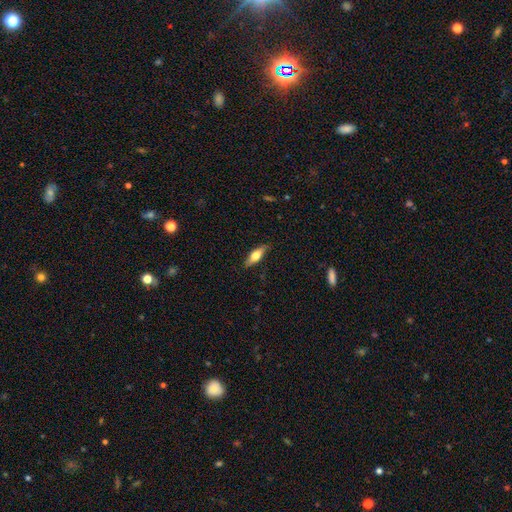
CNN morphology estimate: A smooth galaxy with no disk features (53%) that is in between round and cigar-shaped (51%). Merging: none (85%).